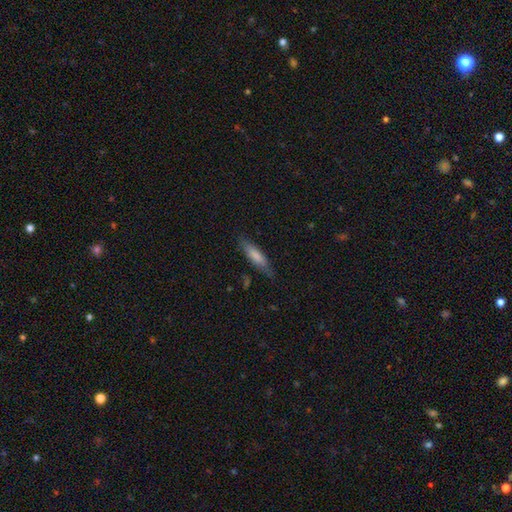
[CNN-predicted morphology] type=smooth (74%); roundness=cigar-shaped (65%); merging=none (75%).